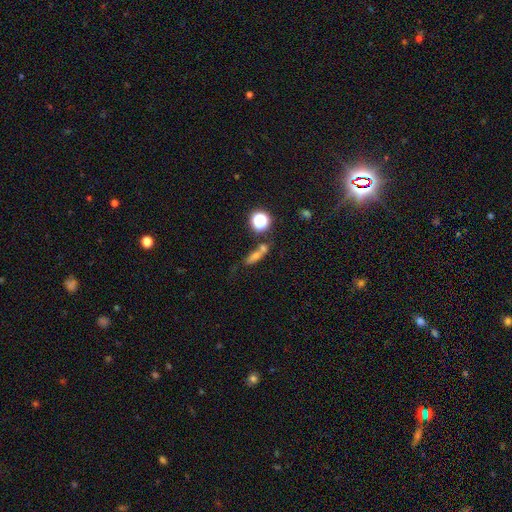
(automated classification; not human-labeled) The model was most divided on "how rounded": in between: 40%, cigar-shaped: 39%, round: 22%. Remaining: smooth or featured — smooth (57%); merging — none (48%).